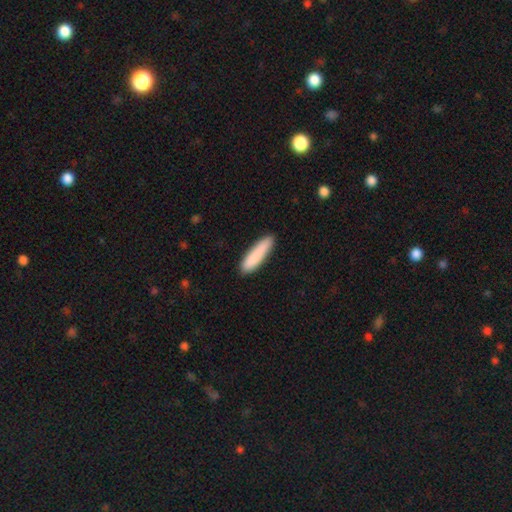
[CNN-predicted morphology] smooth 87%, featured or disk 7%, star or artifact 5%. Down the decision tree: how rounded — cigar-shaped (80%); merging — none (86%).